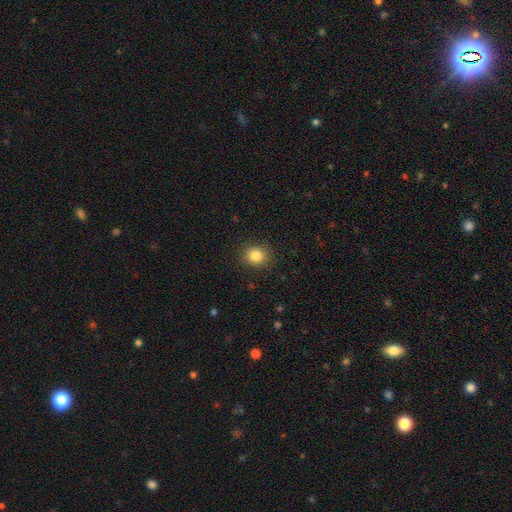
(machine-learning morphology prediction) A smooth galaxy with no disk features (84%) that is round (79%). Merging: none (89%).